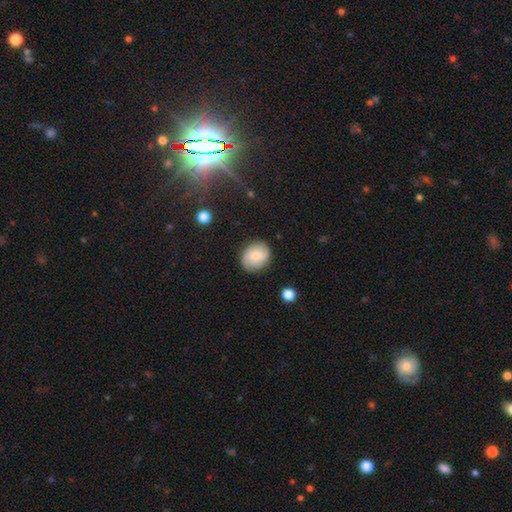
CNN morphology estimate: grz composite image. It shows a smooth galaxy with no disk features (56%) that is round (65%). Merging: none (81%).